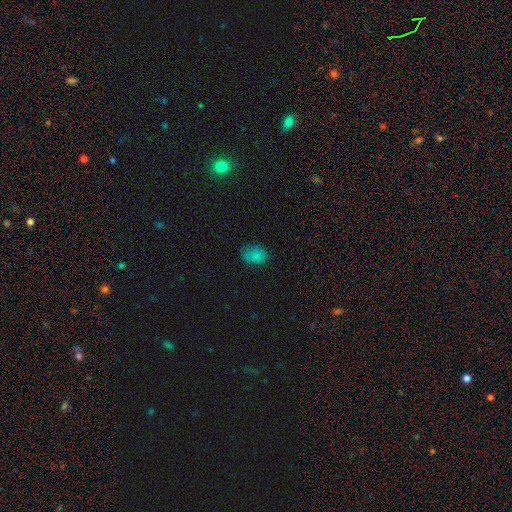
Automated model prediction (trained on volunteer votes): Morphology: type=smooth (76%); roundness=in between (76%); merging=none (65%).